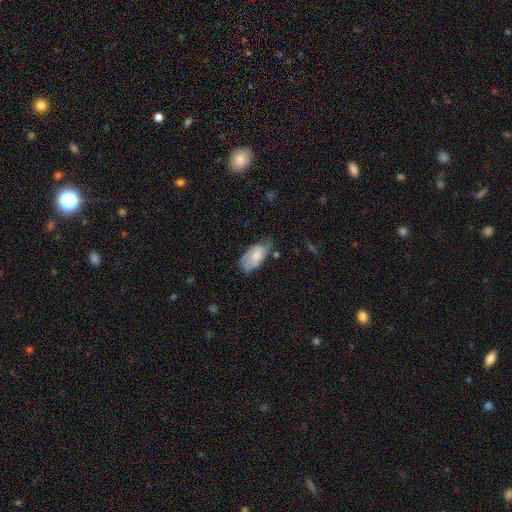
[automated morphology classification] smooth-or-featured: smooth: 60% | featured or disk: 33% | star or artifact: 7%
  how-rounded: in between: 93% | cigar-shaped: 4% | round: 3%
  merging: none: 46% | minor disturbance: 39% | major disturbance: 13% | merger: 3%